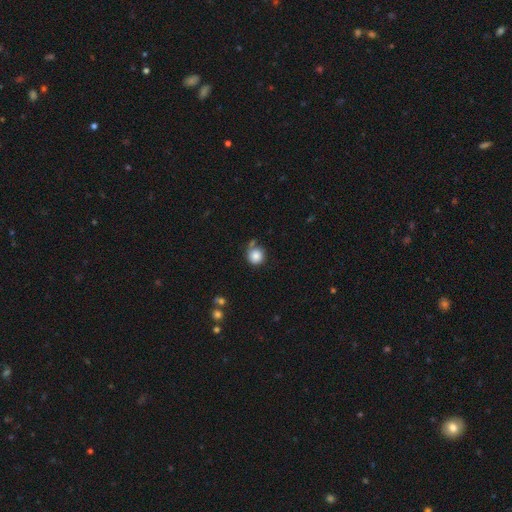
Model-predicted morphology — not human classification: Smooth or featured: smooth — 84% (star or artifact — 9%)
How rounded: round — 91% (in between — 8%)
Merging: none — 66% (minor disturbance — 17%)